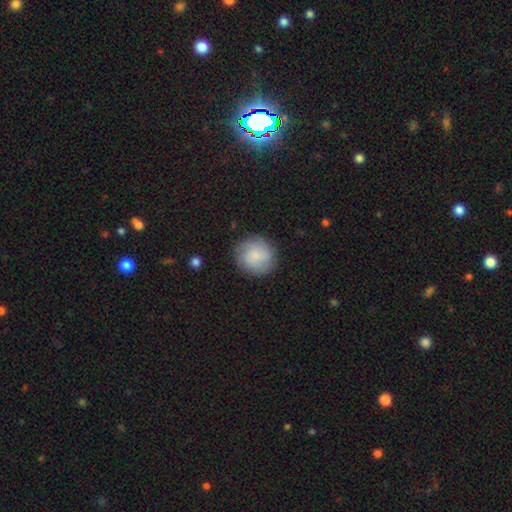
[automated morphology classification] Smooth or featured? smooth (72%)
How rounded? round (92%)
Merging? none (83%)